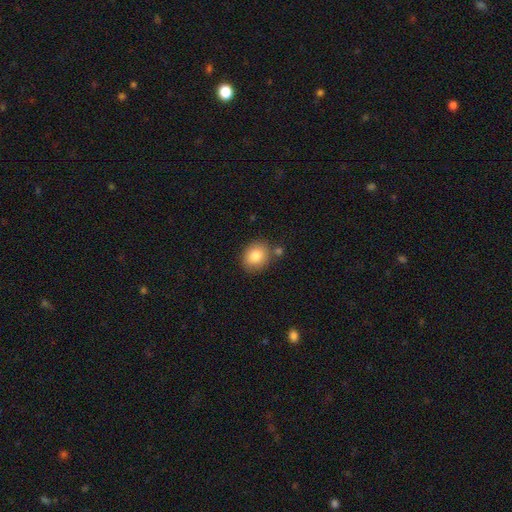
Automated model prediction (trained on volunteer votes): Smooth or featured: smooth — 83% (featured or disk — 9%)
How rounded: round — 63% (in between — 36%)
Merging: none — 77% (minor disturbance — 12%)